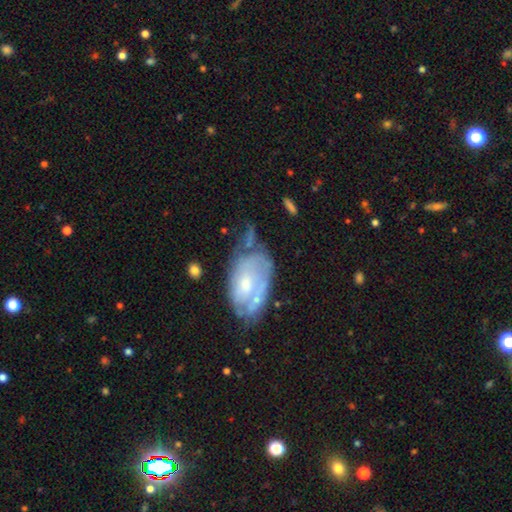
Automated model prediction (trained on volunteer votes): Q: Smooth or featured?
A: featured or disk (67%); runner-up: star or artifact (17%)
Q: Edge-on disk?
A: no (92%); runner-up: yes (8%)
Q: Bar?
A: no (60%); runner-up: weak (30%)
Q: Spiral arms?
A: yes (82%); runner-up: no (18%)
Q: Spiral winding?
A: tight (64%); runner-up: medium (27%)
Q: Spiral arm count?
A: can't tell (47%); runner-up: 2 (26%)
Q: Bulge size?
A: small (61%); runner-up: moderate (32%)
Q: Merging?
A: none (65%); runner-up: minor disturbance (21%)